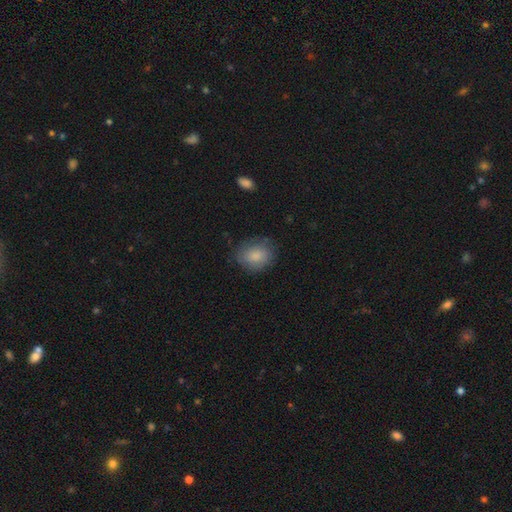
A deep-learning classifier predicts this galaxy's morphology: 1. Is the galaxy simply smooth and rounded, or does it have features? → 85% smooth, 8% featured or disk, 7% star or artifact.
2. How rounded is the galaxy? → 52% in between, 47% round, 1% cigar-shaped.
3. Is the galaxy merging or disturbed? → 75% none, 18% minor disturbance, 5% major disturbance, 1% merger.